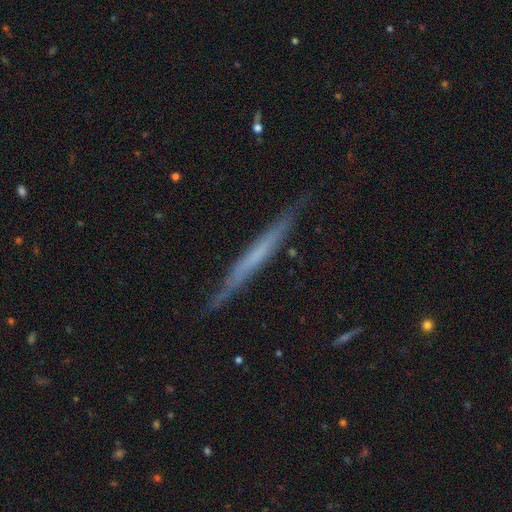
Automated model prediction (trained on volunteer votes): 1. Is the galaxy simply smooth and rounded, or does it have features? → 58% featured or disk, 35% smooth, 7% star or artifact.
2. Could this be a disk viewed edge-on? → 95% yes, 5% no.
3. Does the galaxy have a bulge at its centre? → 86% none, 8% rounded, 6% boxy.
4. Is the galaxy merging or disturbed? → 85% none, 12% minor disturbance, 2% major disturbance, 1% merger.